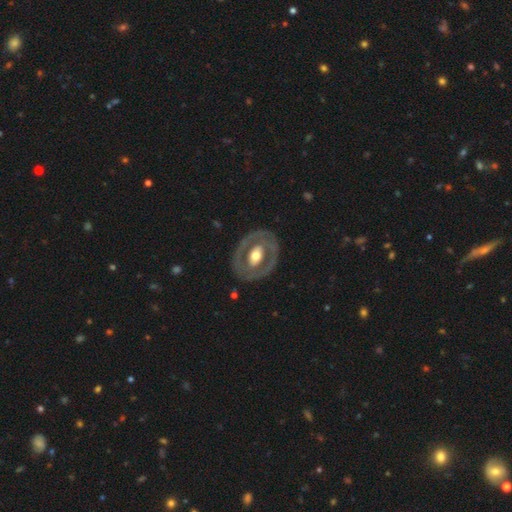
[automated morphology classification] Smooth or featured: featured or disk — 69% (smooth — 27%)
Edge-on disk: no — 94% (yes — 6%)
Bar: no — 53% (weak — 26%)
Spiral arms: no — 75% (yes — 25%)
Bulge size: moderate — 63% (large — 26%)
Merging: none — 78% (minor disturbance — 13%)